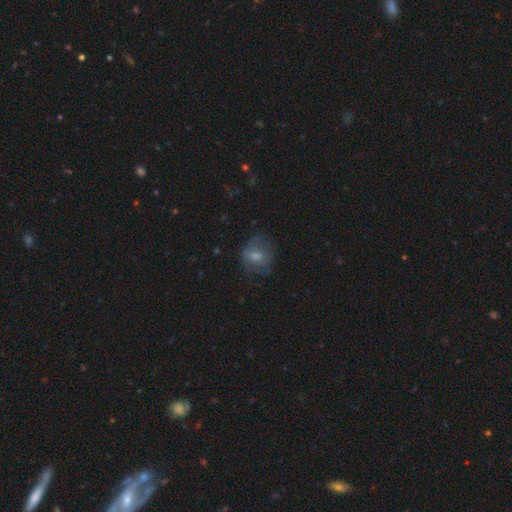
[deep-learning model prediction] Smooth or featured: smooth — 68% (featured or disk — 21%)
How rounded: round — 61% (in between — 38%)
Merging: none — 56% (minor disturbance — 25%)